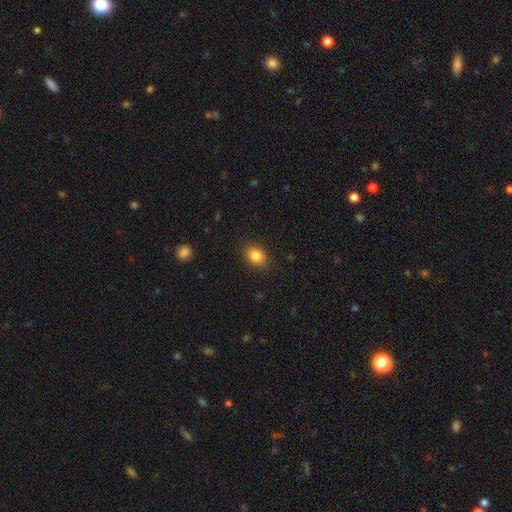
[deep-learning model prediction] smooth-or-featured: smooth: 85% | star or artifact: 10% | featured or disk: 6%
  how-rounded: in between: 62% | round: 37% | cigar-shaped: 1%
  merging: none: 86% | minor disturbance: 10% | major disturbance: 3% | merger: 1%